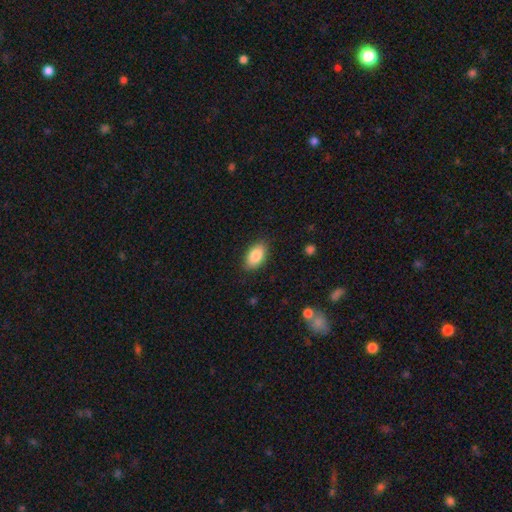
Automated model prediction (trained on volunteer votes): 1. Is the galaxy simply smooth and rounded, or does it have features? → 85% smooth, 8% featured or disk, 7% star or artifact.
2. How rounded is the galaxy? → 93% in between, 5% round, 2% cigar-shaped.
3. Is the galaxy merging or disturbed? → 86% none, 11% minor disturbance, 2% major disturbance, 1% merger.